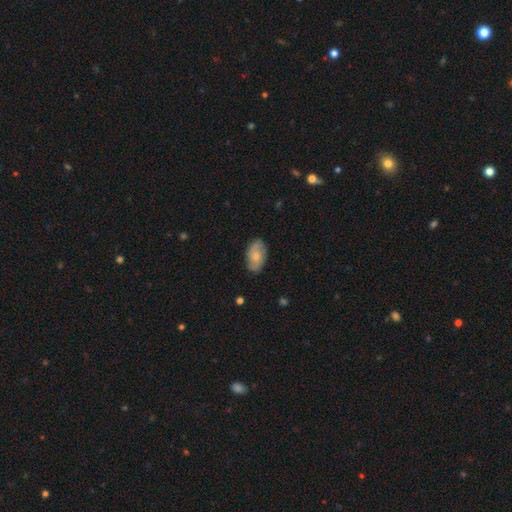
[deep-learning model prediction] This appears to be a smooth galaxy with no disk features (57%) that is in between round and cigar-shaped (92%). Merging: none (80%).